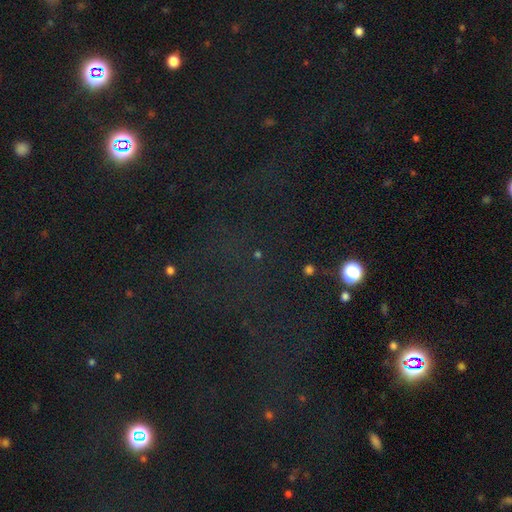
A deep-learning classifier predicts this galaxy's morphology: Overall: star or artifact (74%).